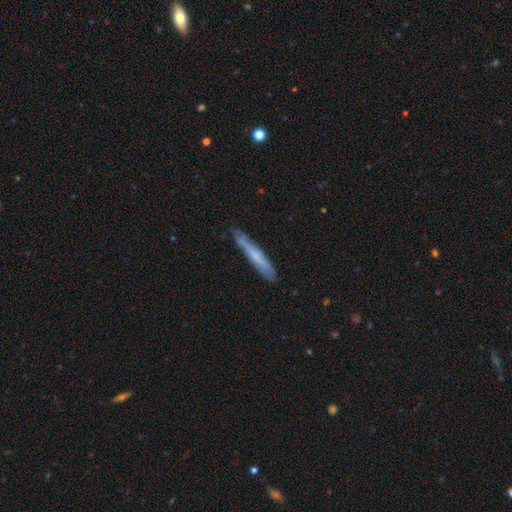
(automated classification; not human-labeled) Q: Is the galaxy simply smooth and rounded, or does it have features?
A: smooth — 55%.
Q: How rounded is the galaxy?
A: cigar-shaped — 94%.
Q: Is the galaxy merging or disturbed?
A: none — 74%.